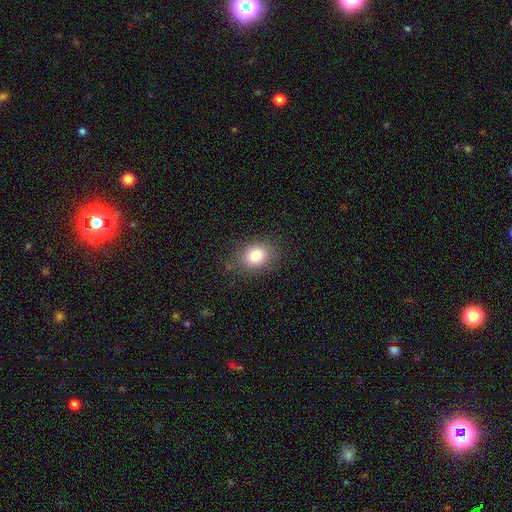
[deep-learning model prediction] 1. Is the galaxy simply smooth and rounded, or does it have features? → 82% smooth, 10% star or artifact, 8% featured or disk.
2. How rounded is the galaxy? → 59% in between, 40% round, 1% cigar-shaped.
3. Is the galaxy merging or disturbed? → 82% none, 13% minor disturbance, 4% major disturbance, 1% merger.